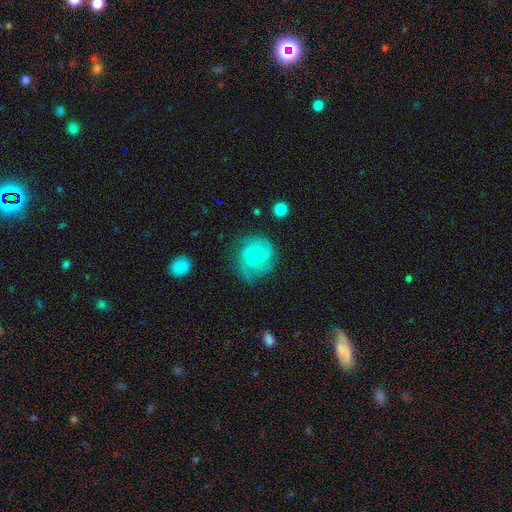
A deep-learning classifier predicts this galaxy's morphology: This is likely a featured or disk galaxy (78%). It is clearly not viewed edge-on (98%). Bar: possibly no (55%). Spiral arm pattern: clearly yes (94%). Spiral arm count: marginally 3 (31%). Spiral winding: likely tight (63%). Central bulge: possibly small (53%). Merging: likely none (66%).